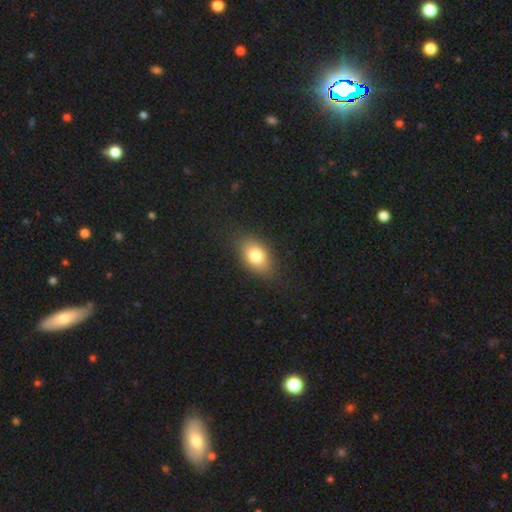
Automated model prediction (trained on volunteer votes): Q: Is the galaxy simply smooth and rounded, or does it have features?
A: smooth — 79%.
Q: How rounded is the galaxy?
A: in between — 83%.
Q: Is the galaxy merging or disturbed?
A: none — 83%.